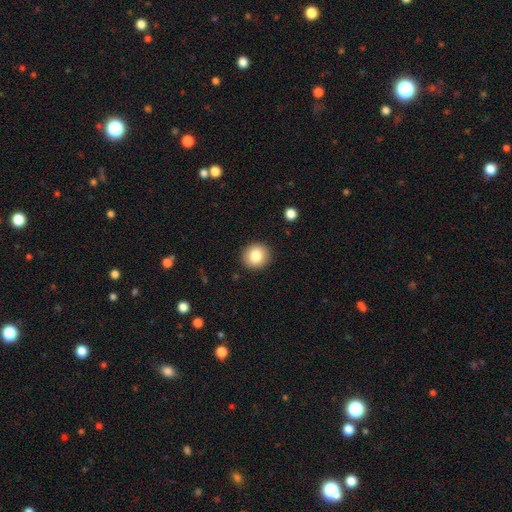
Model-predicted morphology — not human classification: A smooth galaxy with no disk features (83%) that is round (88%).

Vote fractions:
- Smooth or featured? smooth: 83% / star or artifact: 9% / featured or disk: 8%
- How rounded? round: 88% / in between: 11% / cigar-shaped: 1%
- Merging? none: 91% / minor disturbance: 6% / major disturbance: 2% / merger: 1%